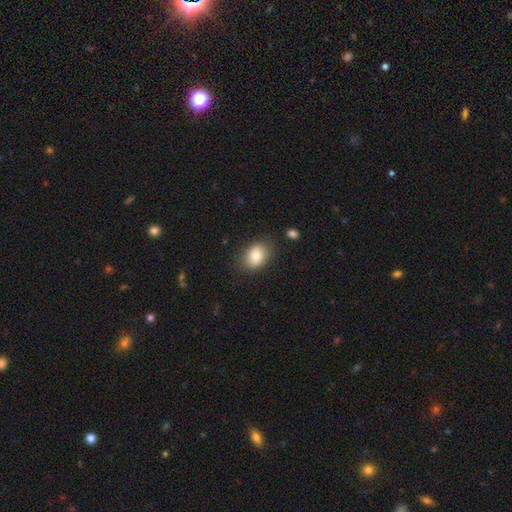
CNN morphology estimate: The model was most divided on "how rounded": in between: 76%, round: 23%, cigar-shaped: 1%. More confident: smooth or featured — smooth (82%); merging — none (81%).